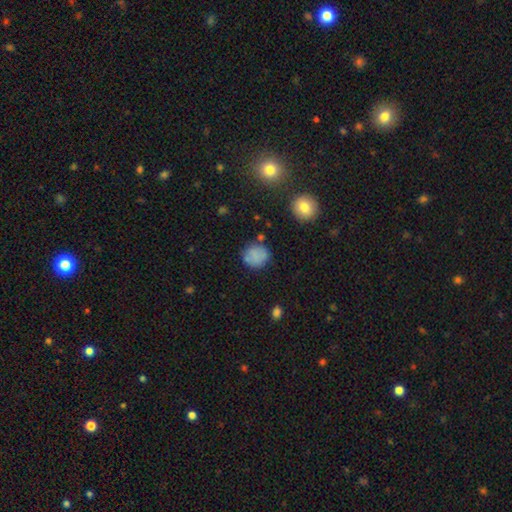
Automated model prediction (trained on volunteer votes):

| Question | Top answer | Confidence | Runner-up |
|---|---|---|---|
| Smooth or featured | smooth | 79% | star or artifact (11%) |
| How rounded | round | 84% | in between (15%) |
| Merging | none | 74% | minor disturbance (16%) |